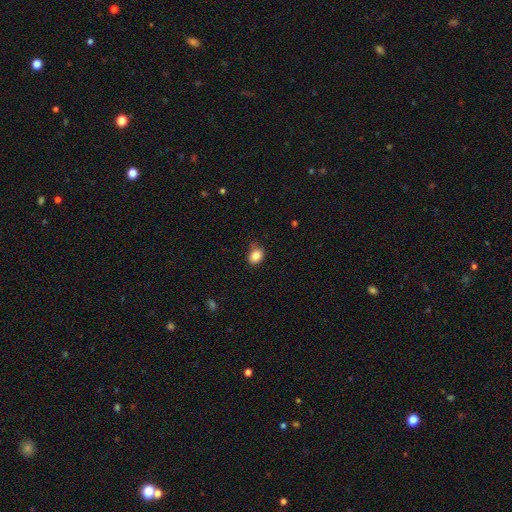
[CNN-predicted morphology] Smooth or featured? smooth (85%)
How rounded? in between (59%)
Merging? none (71%)